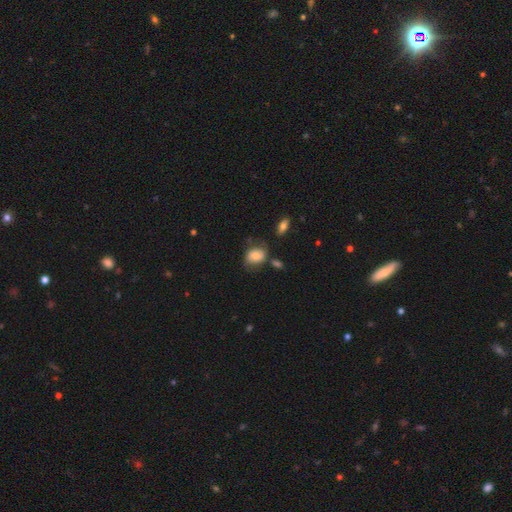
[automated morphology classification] This appears to be a smooth galaxy with no disk features (67%) that is in between round and cigar-shaped (62%). Merging: none (55%).